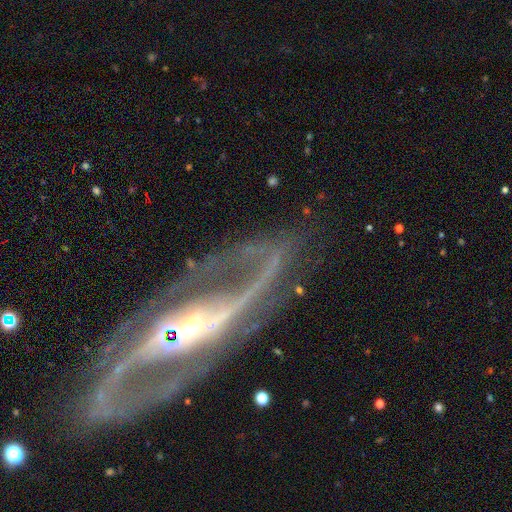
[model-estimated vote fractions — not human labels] Smooth or featured: featured or disk — 90% (star or artifact — 6%)
Edge-on disk: no — 90% (yes — 10%)
Bar: strong — 45% (weak — 28%)
Spiral arms: yes — 95% (no — 5%)
Spiral winding: medium — 49% (loose — 32%)
Spiral arm count: 2 — 89% (can't tell — 3%)
Bulge size: moderate — 47% (small — 44%)
Merging: none — 74% (minor disturbance — 13%)